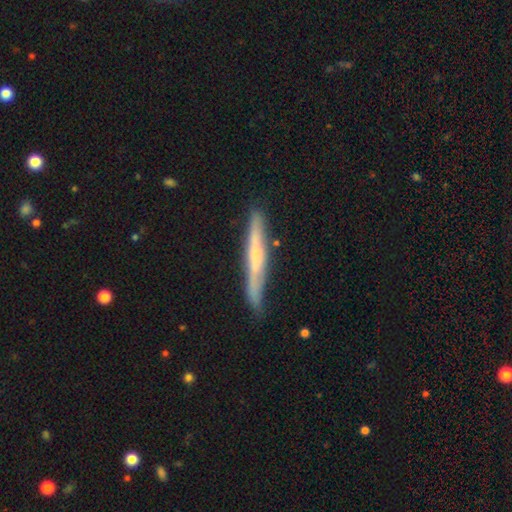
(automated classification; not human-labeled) Smooth or featured: featured or disk — 51% (smooth — 43%)
Edge-on disk: yes — 93% (no — 7%)
Merging: none — 80% (minor disturbance — 15%)